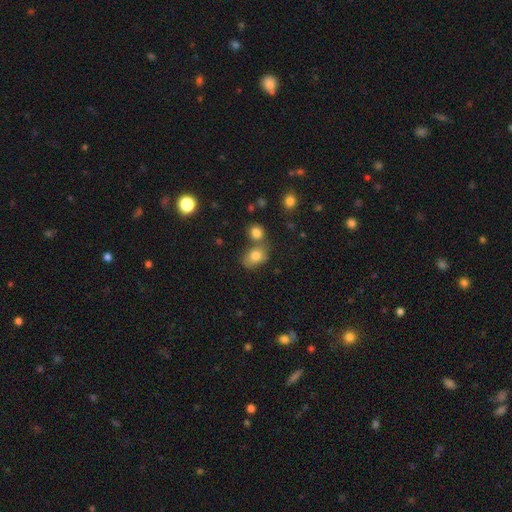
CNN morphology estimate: This appears to be a smooth galaxy with no disk features (79%) that is in between round and cigar-shaped (65%). Merging: none (50%).